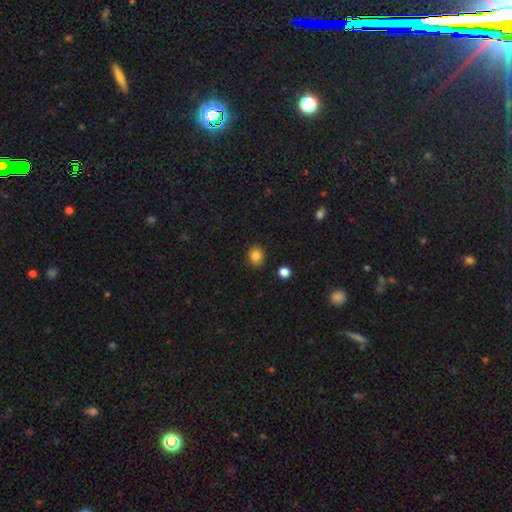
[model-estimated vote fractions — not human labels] This appears to be a smooth galaxy with no disk features (85%) that is round (74%). Merging: none (89%).